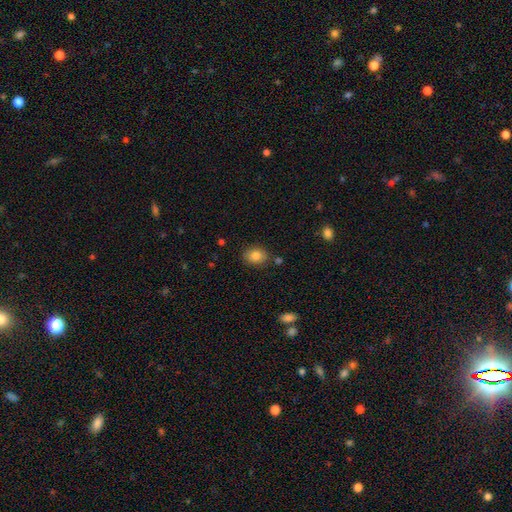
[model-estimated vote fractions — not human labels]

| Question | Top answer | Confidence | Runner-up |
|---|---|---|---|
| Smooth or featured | smooth | 82% | star or artifact (10%) |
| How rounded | in between | 57% | round (42%) |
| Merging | none | 83% | minor disturbance (11%) |